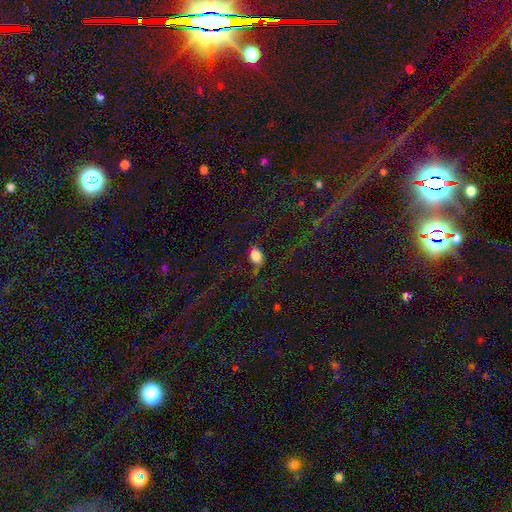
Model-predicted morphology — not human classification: A smooth galaxy with no disk features (78%) that is in between round and cigar-shaped (82%). Merging: none (71%).